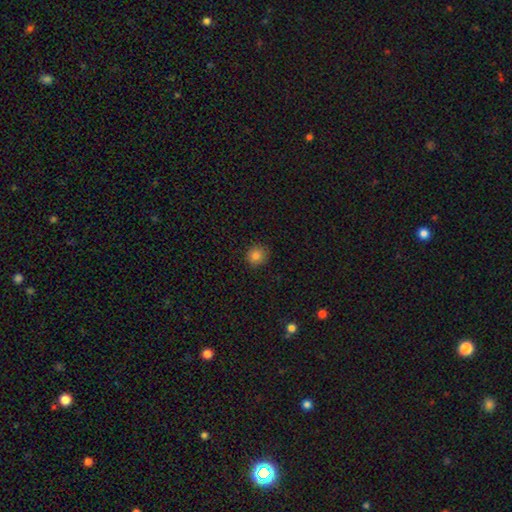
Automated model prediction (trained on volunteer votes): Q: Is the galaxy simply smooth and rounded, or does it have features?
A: smooth — 84%.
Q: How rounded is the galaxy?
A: round — 89%.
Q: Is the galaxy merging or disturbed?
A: none — 88%.